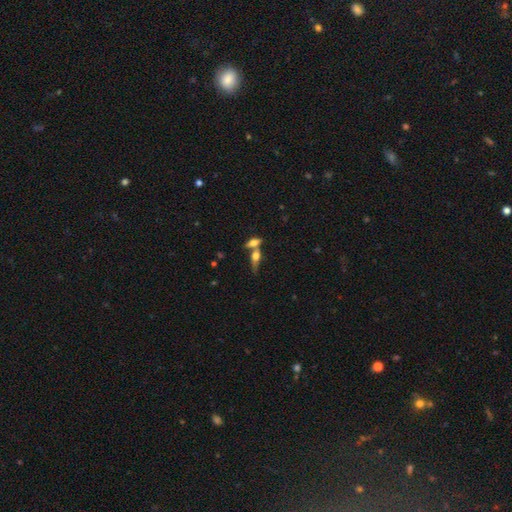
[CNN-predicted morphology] This is possibly a featured or disk galaxy (45%, tied with smooth). Merging: marginally merger (44%).